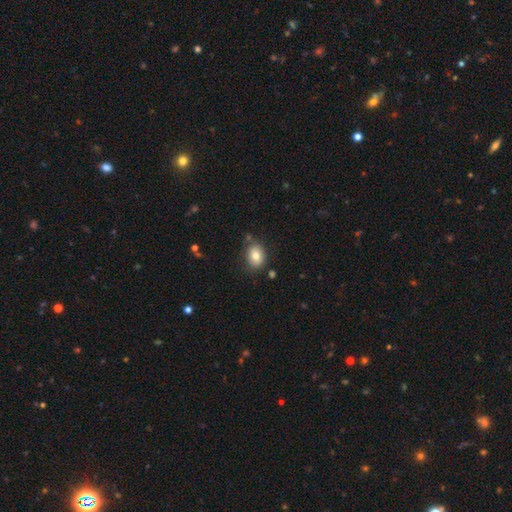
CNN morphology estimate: This is likely a smooth galaxy (79%). How rounded: likely in between (70%). Merging: likely none (74%).